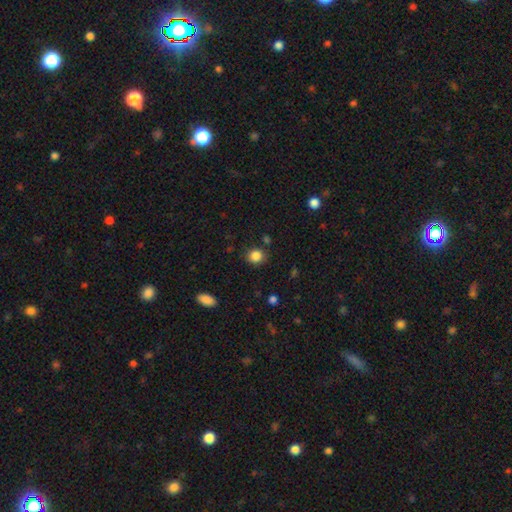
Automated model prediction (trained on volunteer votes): This is clearly a smooth galaxy (86%). How rounded: likely round (79%). Merging: clearly none (84%).